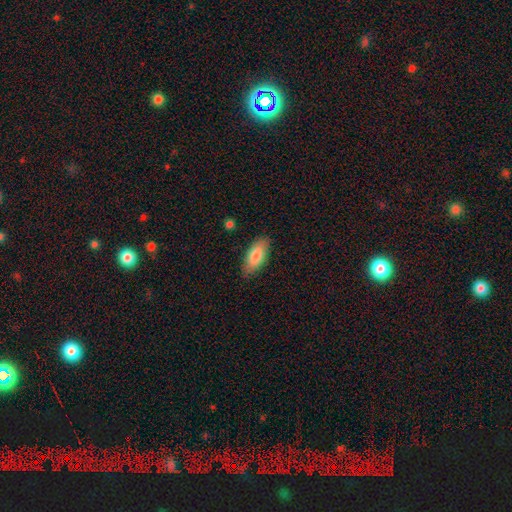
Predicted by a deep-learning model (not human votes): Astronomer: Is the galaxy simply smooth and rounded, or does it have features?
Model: smooth — 81%.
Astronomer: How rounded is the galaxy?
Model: in between — 85%.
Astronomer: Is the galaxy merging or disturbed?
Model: none — 85%.